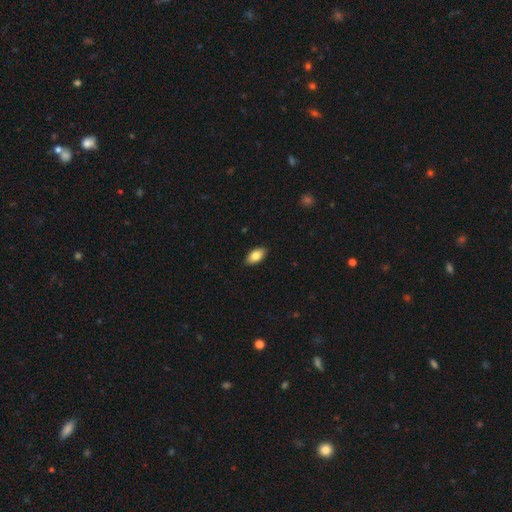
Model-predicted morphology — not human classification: The model was most divided on "smooth or featured": smooth: 82%, featured or disk: 11%, star or artifact: 7%. More confident: how rounded — in between (93%); merging — none (89%).